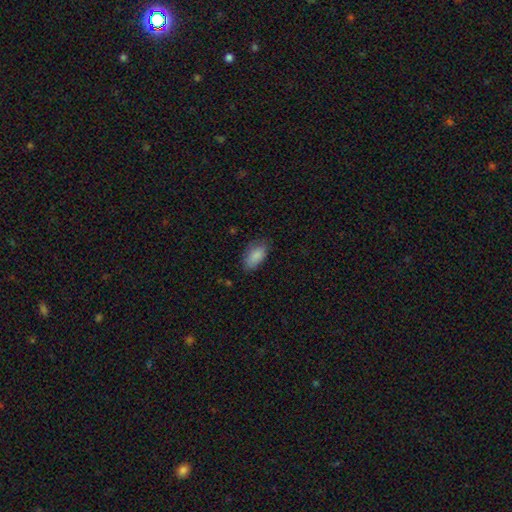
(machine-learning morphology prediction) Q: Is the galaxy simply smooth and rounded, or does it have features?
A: smooth — 87%.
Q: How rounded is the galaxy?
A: in between — 93%.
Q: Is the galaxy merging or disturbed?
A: none — 74%.